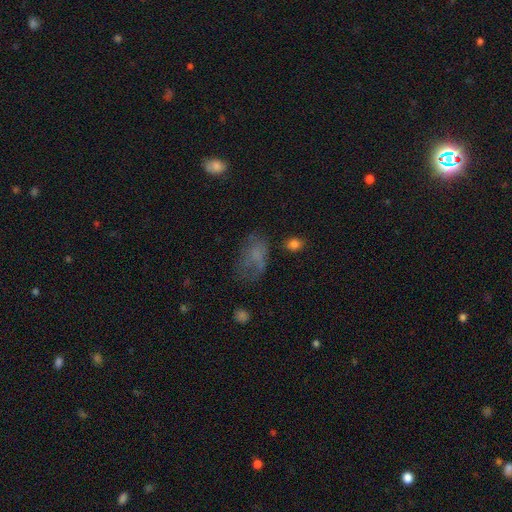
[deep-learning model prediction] The model was most divided on "merging" (2-way tie): none: 35%, major disturbance: 35%, minor disturbance: 25%, merger: 5%. More confident: how rounded — in between (86%); smooth or featured — smooth (54%).